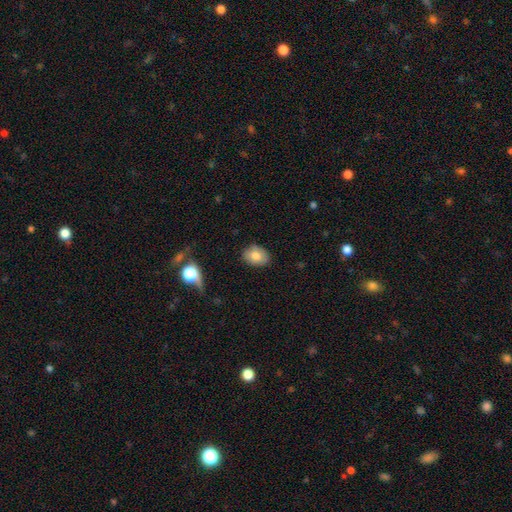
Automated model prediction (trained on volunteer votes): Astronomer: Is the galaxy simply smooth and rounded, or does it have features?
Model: smooth — 78%.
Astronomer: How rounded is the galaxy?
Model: in between — 70%.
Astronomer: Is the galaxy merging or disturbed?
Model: none — 84%.